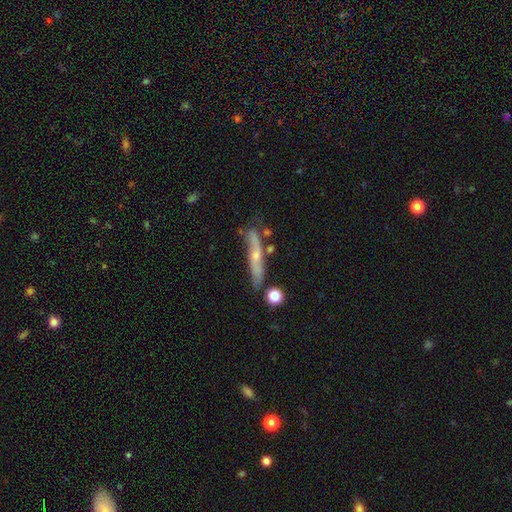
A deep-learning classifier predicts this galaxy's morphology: A featured or disk galaxy (60%) viewed edge-on (75%). Merging: none (60%).